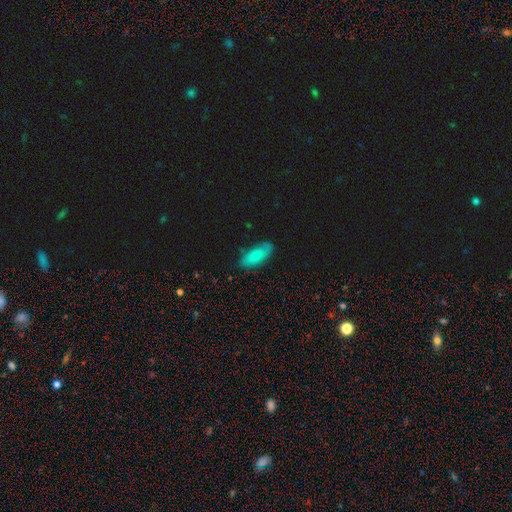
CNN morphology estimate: Q: Smooth or featured?
A: smooth (80%); runner-up: featured or disk (12%)
Q: How rounded?
A: in between (81%); runner-up: cigar-shaped (17%)
Q: Merging?
A: none (77%); runner-up: minor disturbance (18%)